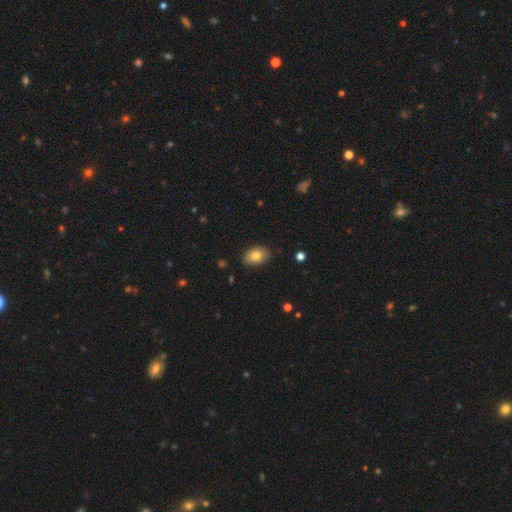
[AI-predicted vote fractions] A smooth galaxy with no disk features (80%) that is in between round and cigar-shaped (83%).

Vote fractions:
- Smooth or featured? smooth: 80% / featured or disk: 12% / star or artifact: 8%
- How rounded? in between: 83% / round: 16% / cigar-shaped: 1%
- Merging? none: 85% / minor disturbance: 12% / major disturbance: 2% / merger: 1%